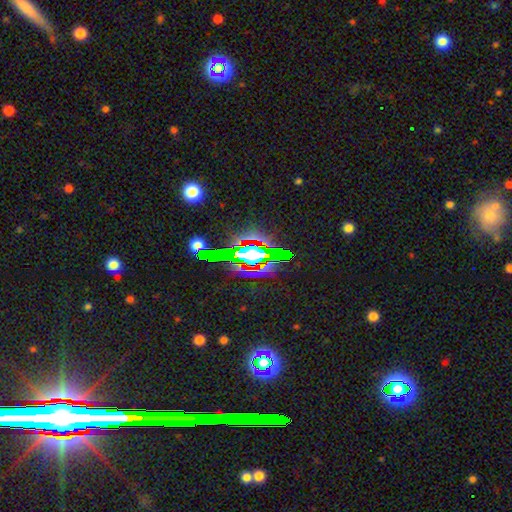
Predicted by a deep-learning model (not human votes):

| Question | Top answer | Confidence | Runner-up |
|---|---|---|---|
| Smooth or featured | star or artifact | 62% | smooth (20%) |